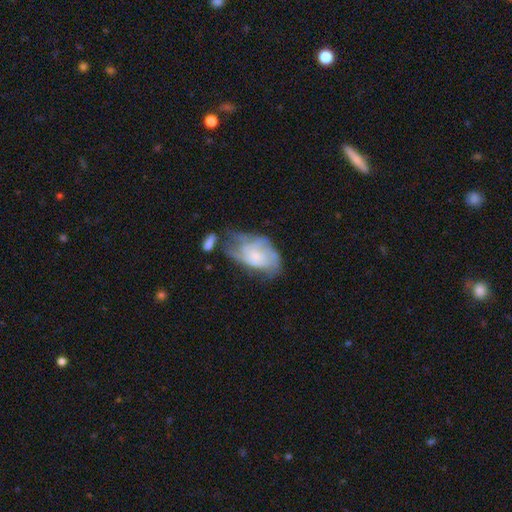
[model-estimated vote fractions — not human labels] The model was most divided on "merging" (2-way tie): none: 30%, major disturbance: 30%, minor disturbance: 29%, merger: 11%. Remaining: edge-on disk — no (96%); bar — no (73%); spiral arms — yes (73%); smooth or featured — featured or disk (63%); bulge size — small (47%).